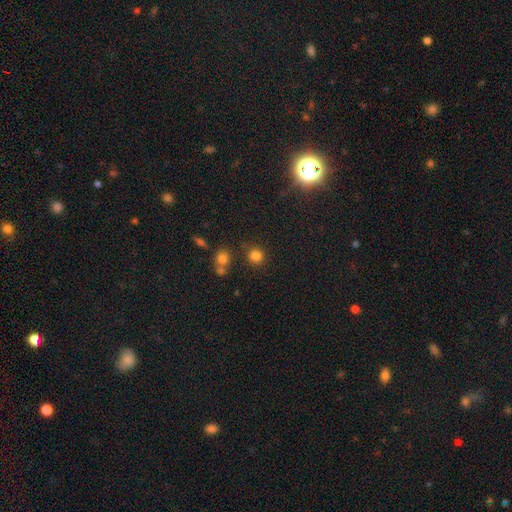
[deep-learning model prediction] Morphology: type=smooth (80%); roundness=round (90%); merging=none (80%).